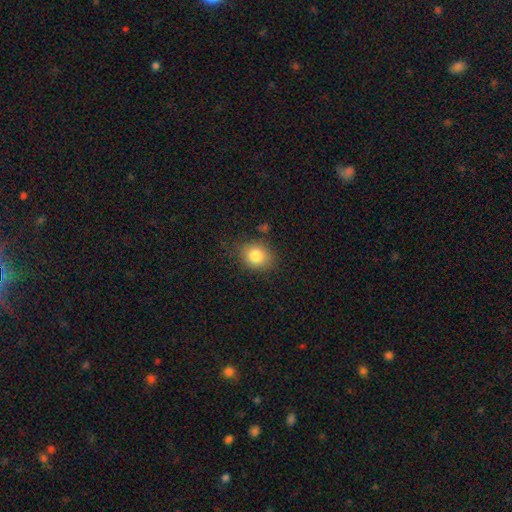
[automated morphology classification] type=smooth (82%); roundness=round (56%); merging=none (78%).